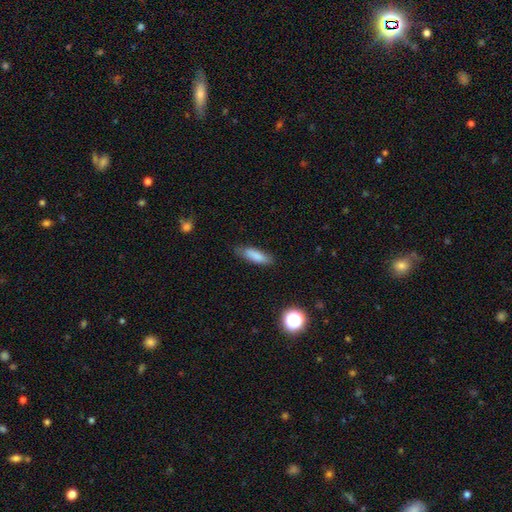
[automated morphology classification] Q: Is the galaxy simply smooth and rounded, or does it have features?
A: smooth — 84%.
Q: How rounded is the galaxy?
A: cigar-shaped — 49%, tied with in between.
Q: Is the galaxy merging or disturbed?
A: none — 75%.